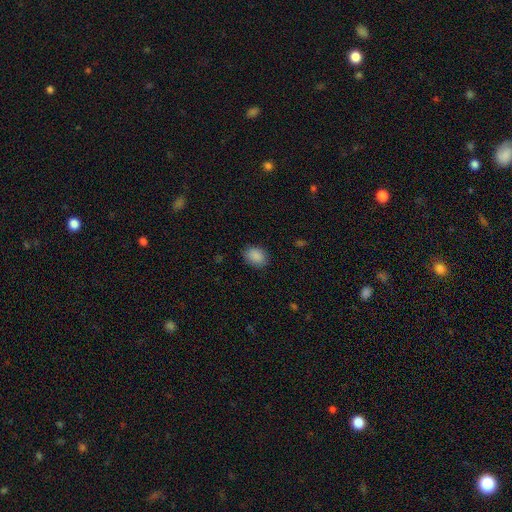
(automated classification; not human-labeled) smooth 89%, star or artifact 8%, featured or disk 3%. Down the decision tree: how rounded — in between (65%); merging — none (85%).